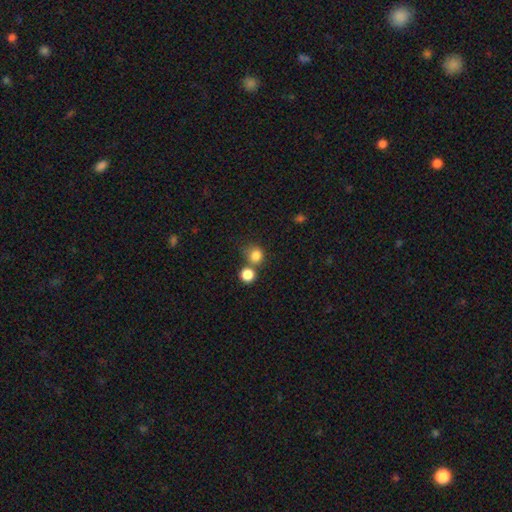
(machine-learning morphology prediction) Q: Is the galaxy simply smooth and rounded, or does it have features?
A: smooth — 81%.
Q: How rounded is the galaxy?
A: round — 85%.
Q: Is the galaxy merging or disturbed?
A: none — 55%.